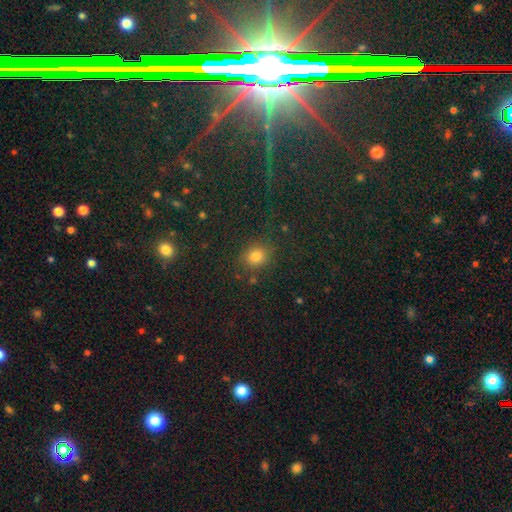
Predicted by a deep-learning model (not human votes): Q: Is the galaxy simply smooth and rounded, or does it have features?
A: smooth — 75%.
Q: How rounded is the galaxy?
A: round — 72%.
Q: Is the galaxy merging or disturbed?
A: none — 82%.